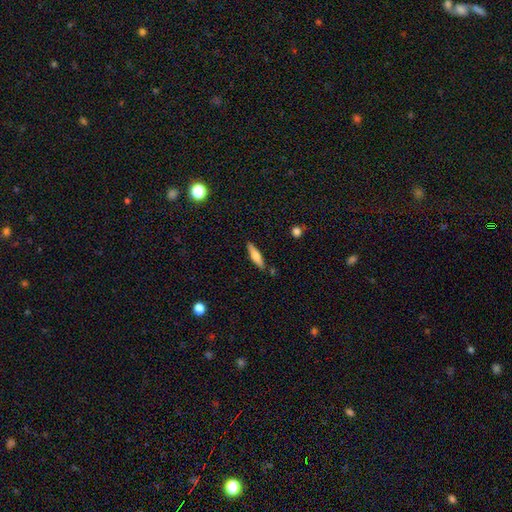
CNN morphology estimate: A smooth galaxy with no disk features (59%) that is cigar-shaped (71%).

Vote fractions:
- Smooth or featured? smooth: 59% / featured or disk: 34% / star or artifact: 6%
- How rounded? cigar-shaped: 71% / in between: 27% / round: 2%
- Merging? none: 84% / minor disturbance: 11% / merger: 3% / major disturbance: 2%